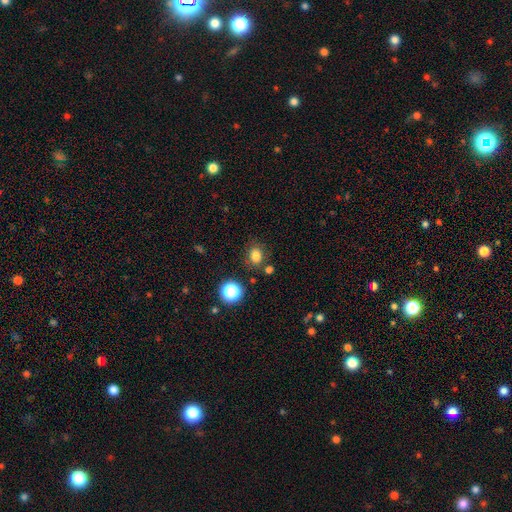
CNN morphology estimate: smooth_or_featured: smooth (p=0.79) [alt: star or artifact p=0.15]
how_rounded: round (p=0.55) [alt: in between p=0.44]
merging: none (p=0.76) [alt: minor disturbance p=0.13]